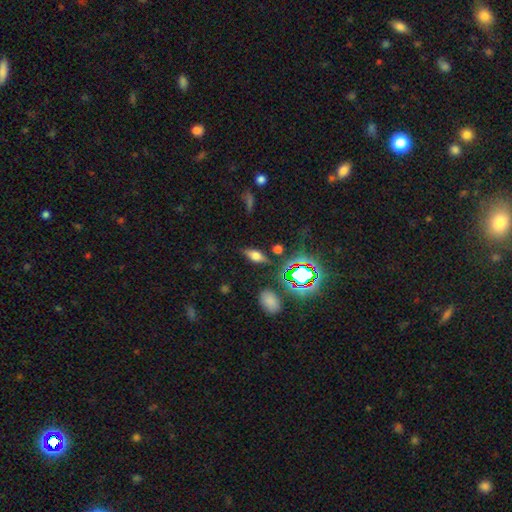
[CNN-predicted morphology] type=smooth (54%); roundness=in between (75%); merging=none (81%).